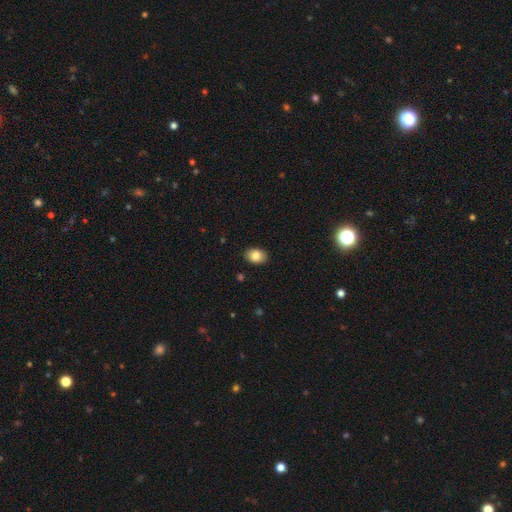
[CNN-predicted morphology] Smooth or featured? Predicted: smooth (p=0.85). How rounded? Predicted: in between (p=0.77). Merging? Predicted: none (p=0.89).